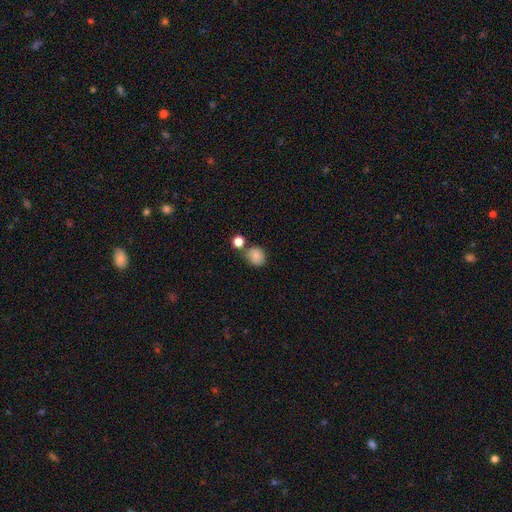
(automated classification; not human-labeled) Smooth or featured? Predicted: smooth (p=0.83). How rounded? Predicted: round (p=0.72). Merging? Predicted: none (p=0.64).